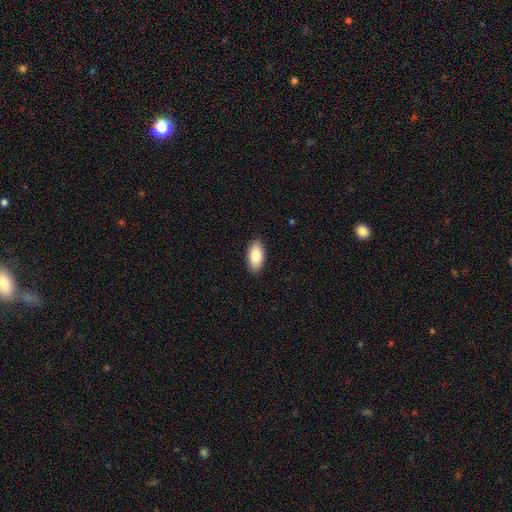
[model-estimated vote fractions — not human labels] smooth-or-featured: smooth: 85% | featured or disk: 9% | star or artifact: 6%
  how-rounded: in between: 94% | cigar-shaped: 3% | round: 3%
  merging: none: 89% | minor disturbance: 8% | major disturbance: 2% | merger: 1%